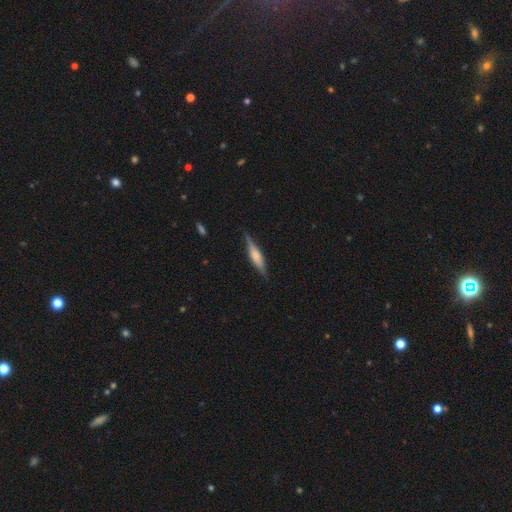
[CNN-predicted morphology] Smooth or featured? Predicted: featured or disk (p=0.56). Edge-on disk? Predicted: yes (p=0.96). Edge-on bulge? Predicted: rounded (p=0.56). Merging? Predicted: none (p=0.84).